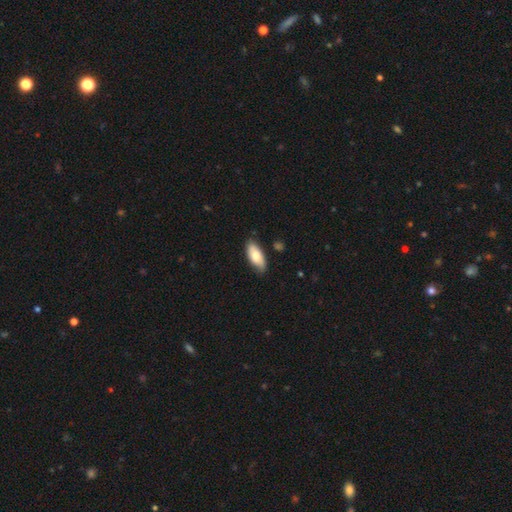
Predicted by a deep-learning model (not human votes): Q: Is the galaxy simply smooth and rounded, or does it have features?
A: smooth — 75%.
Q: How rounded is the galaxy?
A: in between — 86%.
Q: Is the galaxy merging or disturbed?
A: none — 78%.